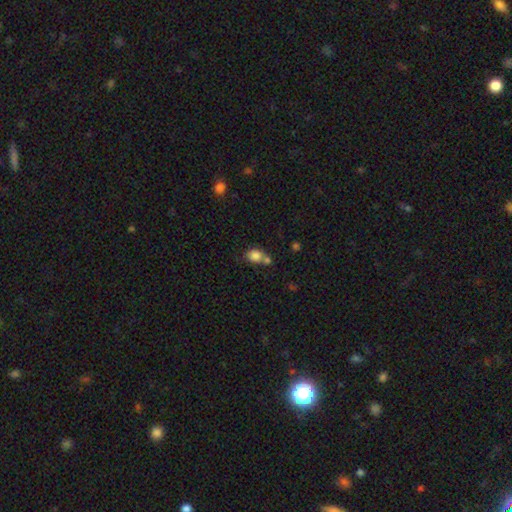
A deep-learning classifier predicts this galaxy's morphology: Q: Smooth or featured?
A: smooth (83%); runner-up: star or artifact (10%)
Q: How rounded?
A: round (53%); runner-up: in between (46%)
Q: Merging?
A: none (47%); runner-up: merger (35%)